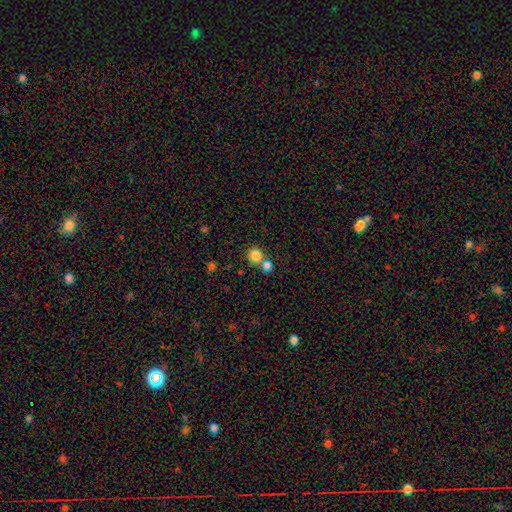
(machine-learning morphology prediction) Q: Smooth or featured?
A: smooth (84%); runner-up: star or artifact (11%)
Q: How rounded?
A: round (89%); runner-up: in between (10%)
Q: Merging?
A: none (57%); runner-up: merger (34%)